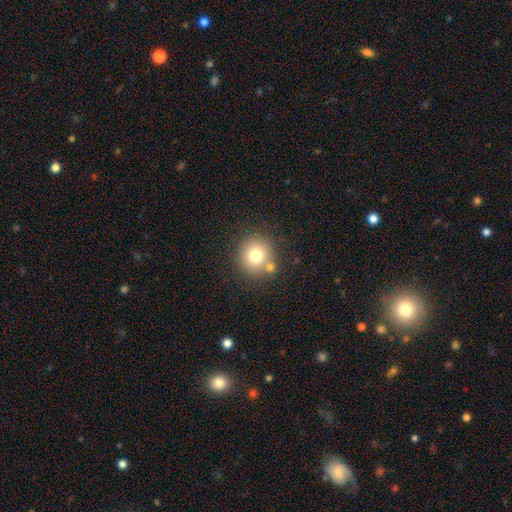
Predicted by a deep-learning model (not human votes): smooth_or_featured: smooth (p=0.76) [alt: star or artifact p=0.12]
how_rounded: round (p=0.91) [alt: in between p=0.08]
merging: none (p=0.73) [alt: merger p=0.15]